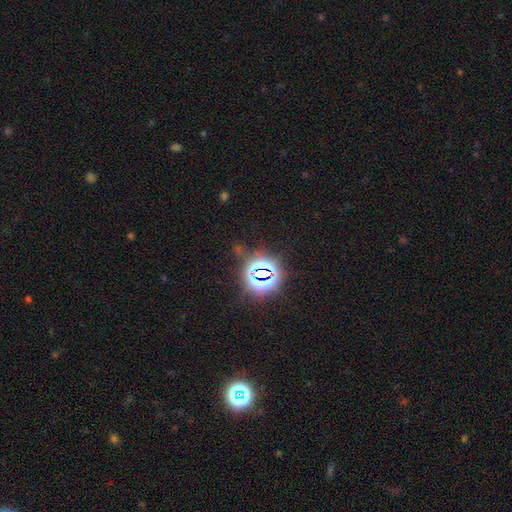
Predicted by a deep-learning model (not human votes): smooth-or-featured: star or artifact: 81% | smooth: 13% | featured or disk: 6%